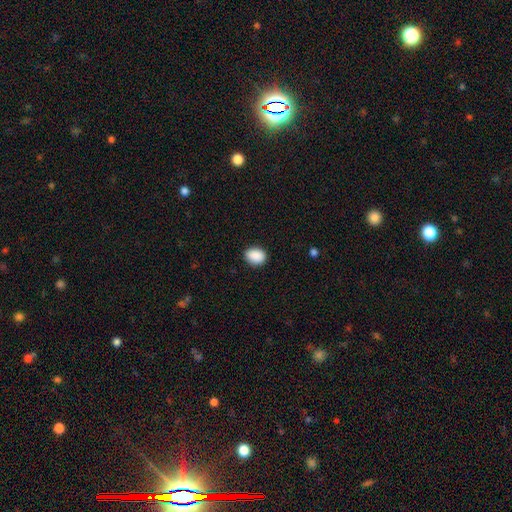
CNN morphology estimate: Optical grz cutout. It shows a smooth galaxy with no disk features (90%) that is in between round and cigar-shaped (58%). Merging: none (88%).